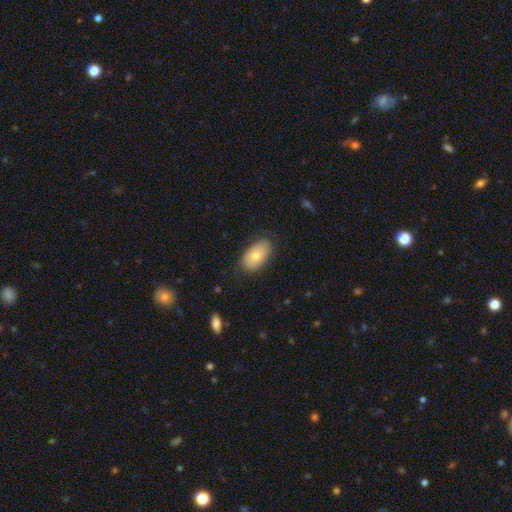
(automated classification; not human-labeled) The model was most divided on "smooth or featured": smooth: 77%, featured or disk: 16%, star or artifact: 7%. More confident: how rounded — in between (93%); merging — none (79%).